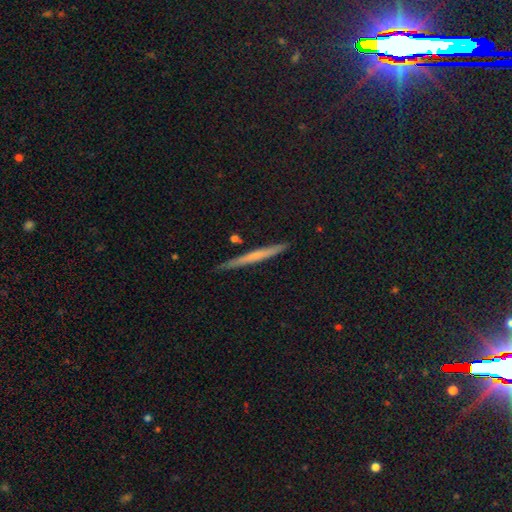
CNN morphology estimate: This appears to be a smooth galaxy with no disk features (46%, tied with featured or disk). Merging: none (87%).